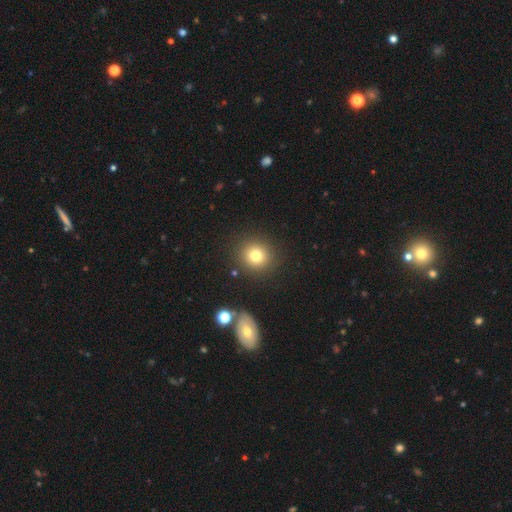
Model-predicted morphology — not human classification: A smooth galaxy with no disk features (78%) that is round (90%).

Vote fractions:
- Smooth or featured? smooth: 78% / star or artifact: 13% / featured or disk: 9%
- How rounded? round: 90% / in between: 9% / cigar-shaped: 1%
- Merging? none: 87% / minor disturbance: 7% / merger: 3% / major disturbance: 3%